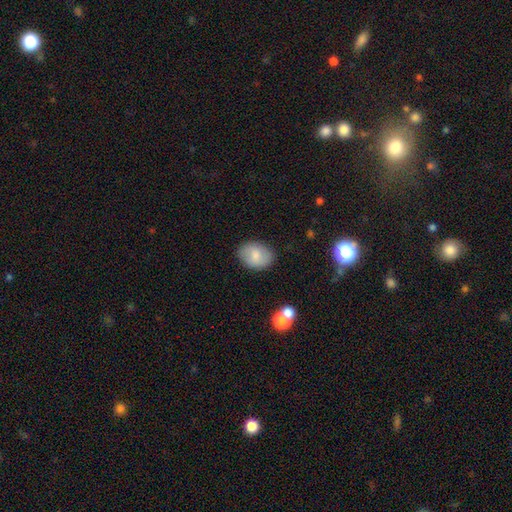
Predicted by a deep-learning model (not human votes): A smooth galaxy with no disk features (73%) that is in between round and cigar-shaped (67%).

Vote fractions:
- Smooth or featured? smooth: 73% / featured or disk: 19% / star or artifact: 7%
- How rounded? in between: 67% / round: 31% / cigar-shaped: 1%
- Merging? none: 83% / minor disturbance: 12% / major disturbance: 3% / merger: 2%